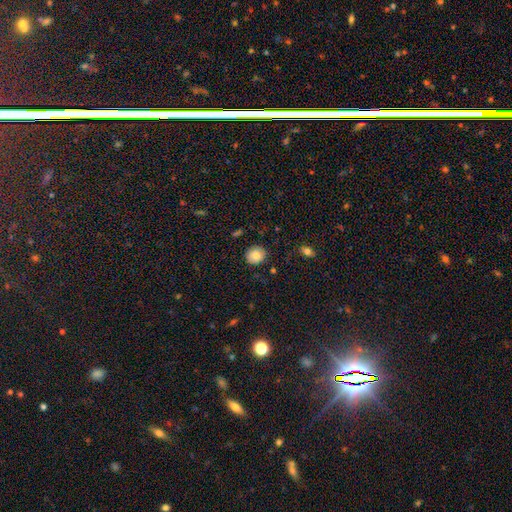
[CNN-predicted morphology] This appears to be a smooth galaxy with no disk features (82%) that is round (81%). Merging: none (88%).